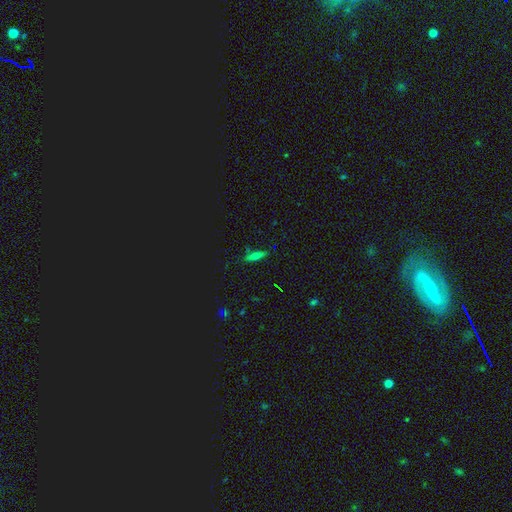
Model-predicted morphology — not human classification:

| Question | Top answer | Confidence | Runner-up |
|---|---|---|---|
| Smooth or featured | smooth | 48% | featured or disk (33%) |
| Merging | none | 82% | minor disturbance (13%) |